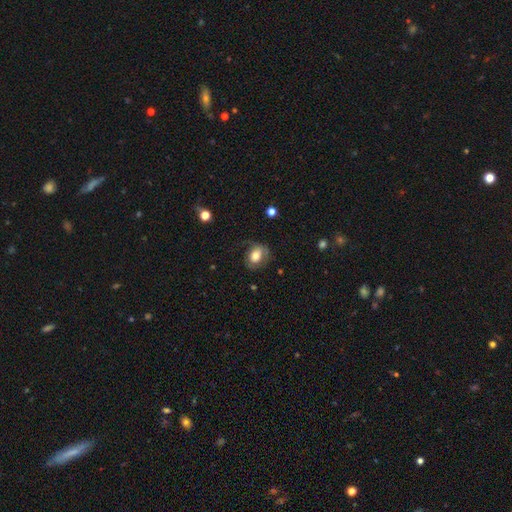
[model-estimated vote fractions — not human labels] Morphology: type=smooth (64%); roundness=in between (64%); merging=none (61%).